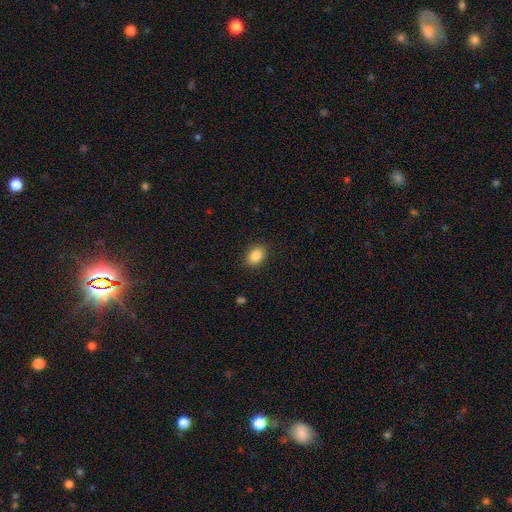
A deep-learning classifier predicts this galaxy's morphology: Smooth or featured? smooth (86%)
How rounded? in between (69%)
Merging? none (89%)